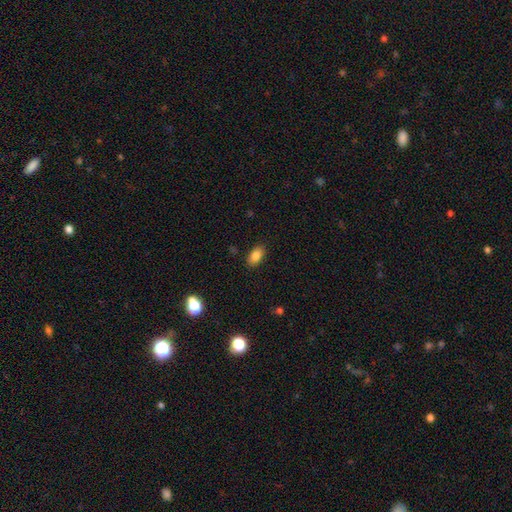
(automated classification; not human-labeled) Smooth or featured: smooth — 84% (star or artifact — 9%)
How rounded: in between — 91% (round — 6%)
Merging: none — 87% (minor disturbance — 9%)